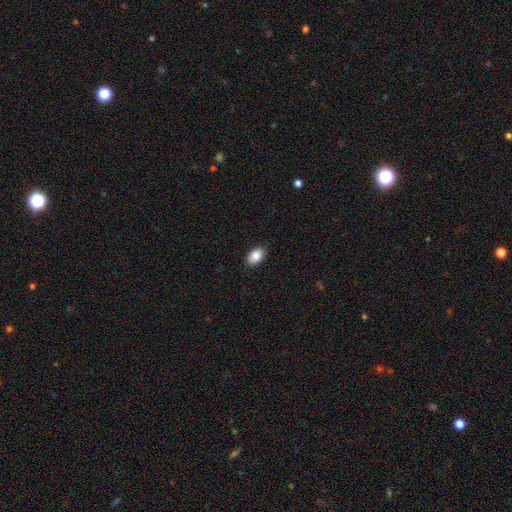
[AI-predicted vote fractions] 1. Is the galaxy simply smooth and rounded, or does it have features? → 87% smooth, 7% star or artifact, 5% featured or disk.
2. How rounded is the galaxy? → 88% in between, 11% round, 1% cigar-shaped.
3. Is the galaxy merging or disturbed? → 85% none, 12% minor disturbance, 2% major disturbance, 1% merger.